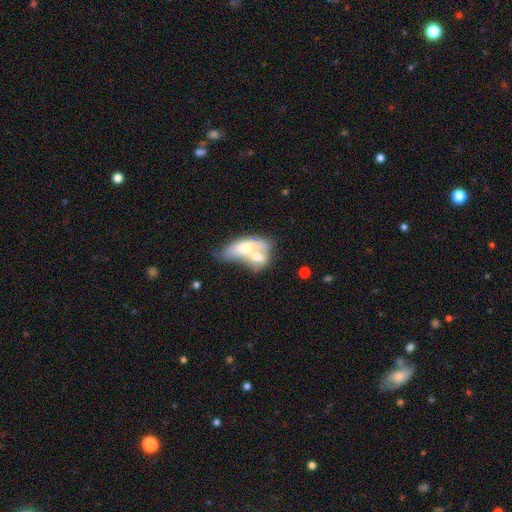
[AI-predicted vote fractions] smooth 57%, featured or disk 36%, star or artifact 6%. Down the decision tree: how rounded — in between (81%); merging — merger (75%).